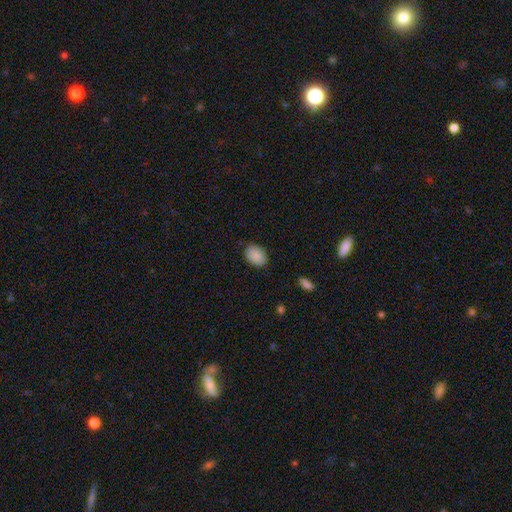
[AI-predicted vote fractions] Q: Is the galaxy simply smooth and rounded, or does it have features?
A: smooth — 88%.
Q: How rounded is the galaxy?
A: in between — 78%.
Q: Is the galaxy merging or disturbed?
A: none — 86%.